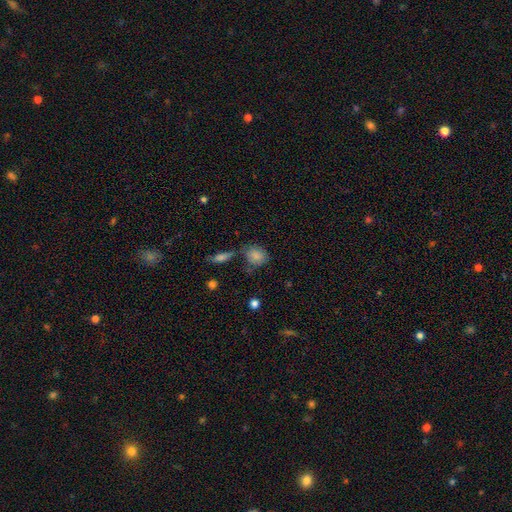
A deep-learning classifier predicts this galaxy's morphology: smooth_or_featured: smooth (p=0.83) [alt: star or artifact p=0.09]
how_rounded: round (p=0.52) [alt: in between p=0.46]
merging: none (p=0.60) [alt: minor disturbance p=0.21]